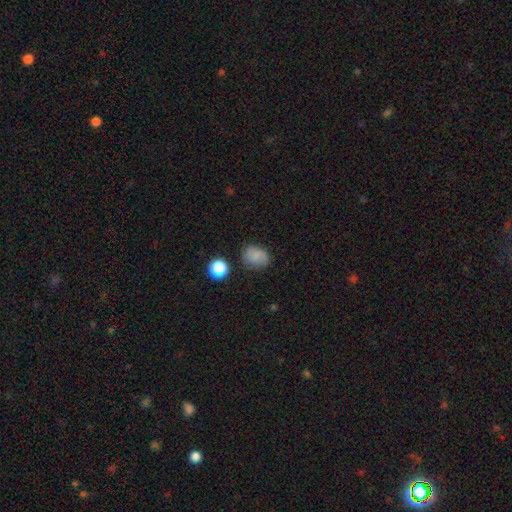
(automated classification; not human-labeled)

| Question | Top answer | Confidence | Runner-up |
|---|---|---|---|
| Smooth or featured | smooth | 77% | star or artifact (12%) |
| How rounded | in between | 52% | round (47%) |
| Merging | none | 75% | minor disturbance (18%) |